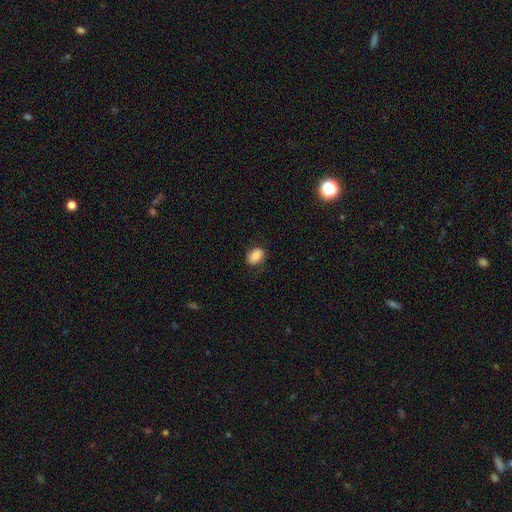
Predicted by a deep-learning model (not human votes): A smooth galaxy with no disk features (85%) that is in between round and cigar-shaped (77%).

Vote fractions:
- Smooth or featured? smooth: 85% / star or artifact: 8% / featured or disk: 7%
- How rounded? in between: 77% / round: 22% / cigar-shaped: 1%
- Merging? none: 78% / minor disturbance: 17% / major disturbance: 5% / merger: 1%